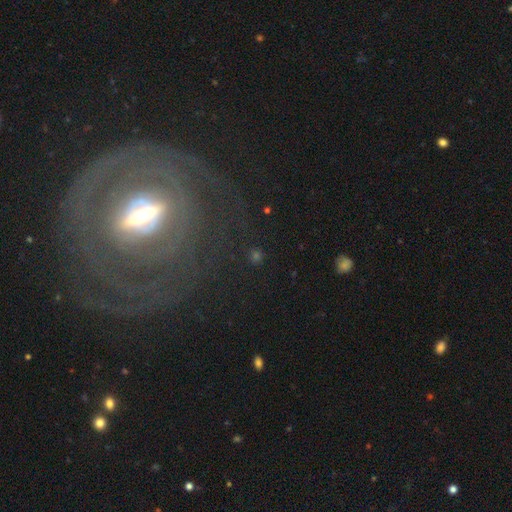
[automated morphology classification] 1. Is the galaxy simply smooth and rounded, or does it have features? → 39% star or artifact, 32% smooth, 29% featured or disk.